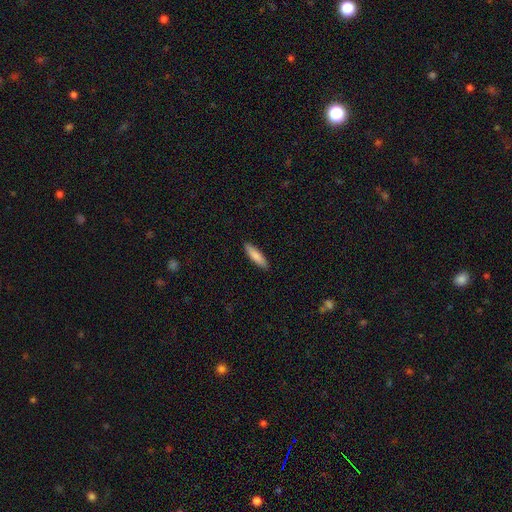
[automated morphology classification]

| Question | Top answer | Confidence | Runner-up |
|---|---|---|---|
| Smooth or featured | smooth | 85% | featured or disk (10%) |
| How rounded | cigar-shaped | 67% | in between (31%) |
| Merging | none | 90% | minor disturbance (7%) |